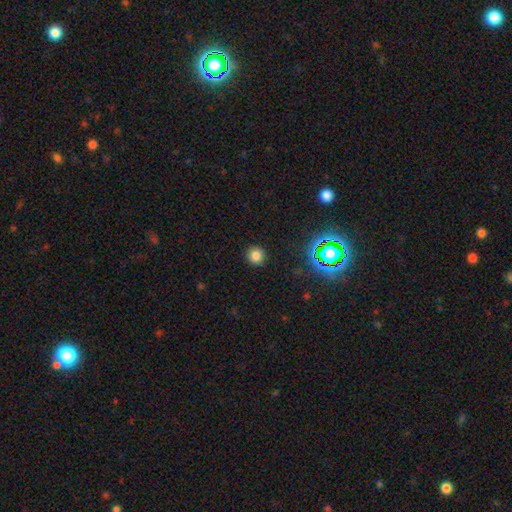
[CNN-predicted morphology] This appears to be a smooth galaxy with no disk features (78%) that is round (94%). Merging: none (92%).